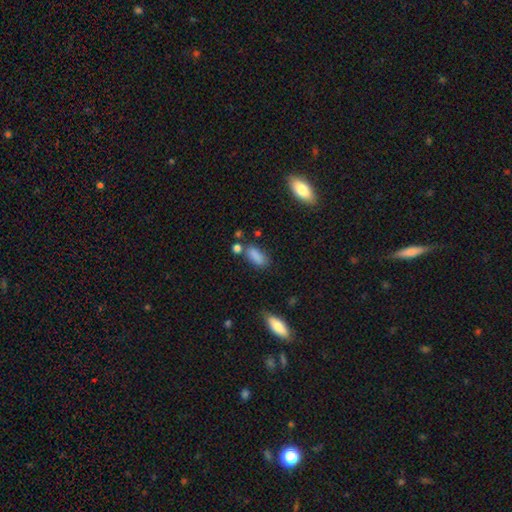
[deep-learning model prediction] The model was most divided on "merging": none: 62%, minor disturbance: 20%, merger: 12%, major disturbance: 6%. More confident: smooth or featured — smooth (84%); how rounded — in between (84%).